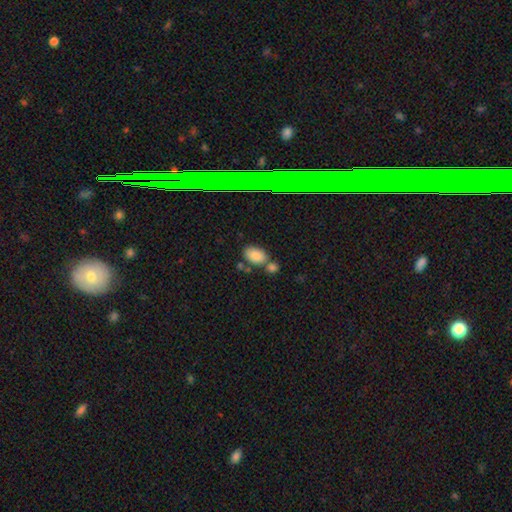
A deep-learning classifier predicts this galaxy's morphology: A smooth galaxy with no disk features (82%) that is in between round and cigar-shaped (86%). Merging: none (56%).